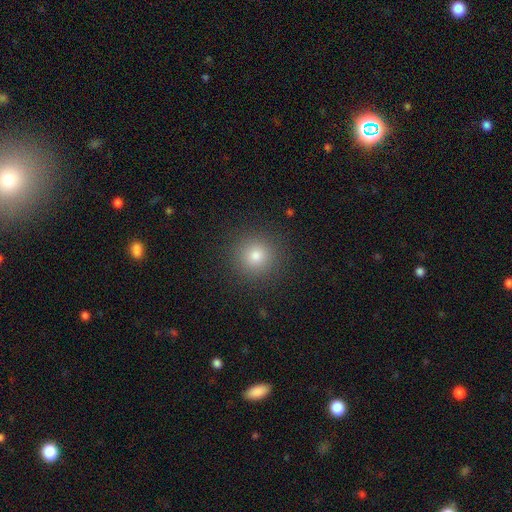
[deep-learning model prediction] Smooth or featured? smooth (78%)
How rounded? round (94%)
Merging? none (91%)